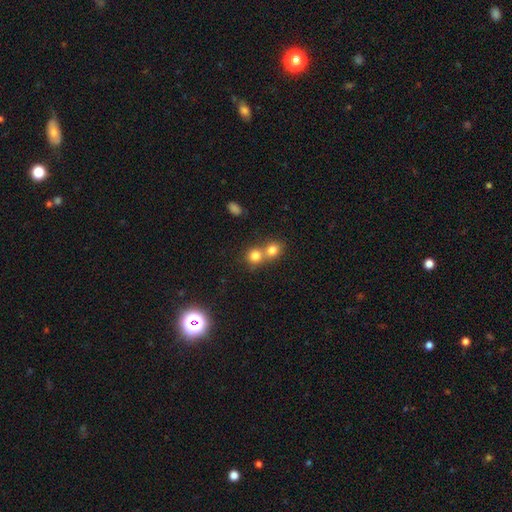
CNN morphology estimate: Overall: smooth (78%). How rounded: round (83%). Merging: merger (55%; none 38%).